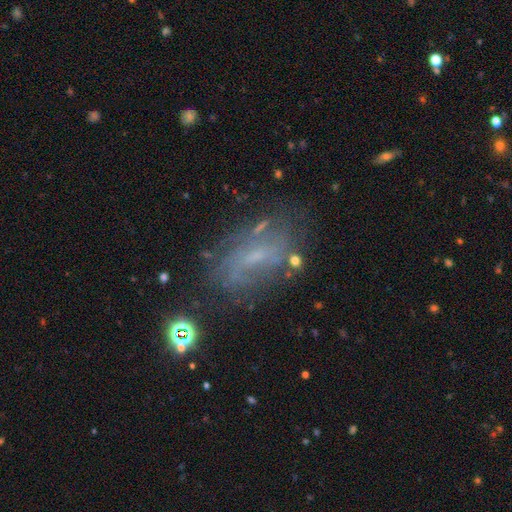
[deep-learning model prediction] Morphology: type=featured or disk (56%); edge-on=no (92%); bar=no (47%); spiral arms=yes (54%); bulge=small (55%); merging=none (60%).